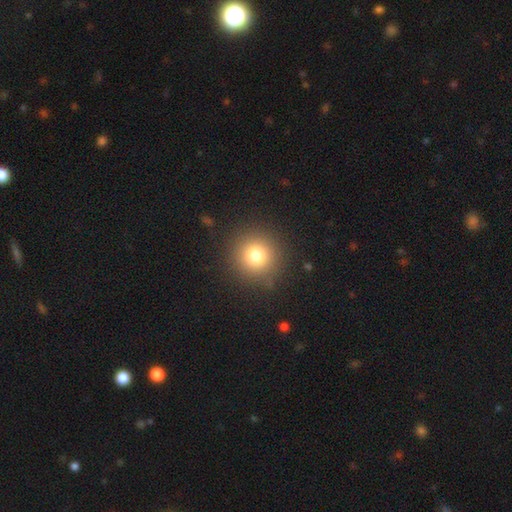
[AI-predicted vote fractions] Smooth or featured? Predicted: smooth (p=0.77). How rounded? Predicted: round (p=0.95). Merging? Predicted: none (p=0.89).